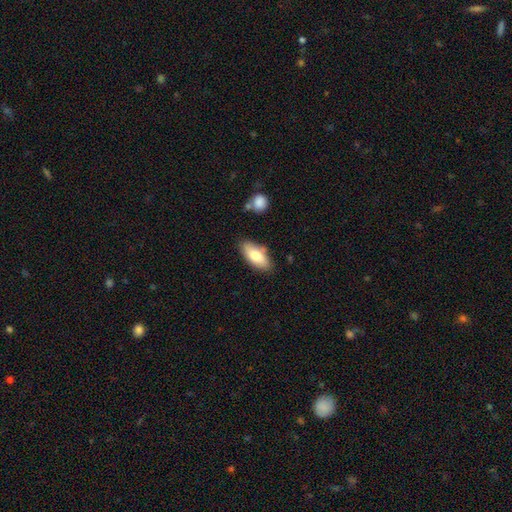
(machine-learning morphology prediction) Smooth or featured?
  - smooth: 79% *
  - featured or disk: 15%
  - star or artifact: 6%
How rounded?
  - in between: 85% *
  - cigar-shaped: 12%
  - round: 2%
Merging?
  - none: 79% *
  - minor disturbance: 14%
  - merger: 4%
  - major disturbance: 3%